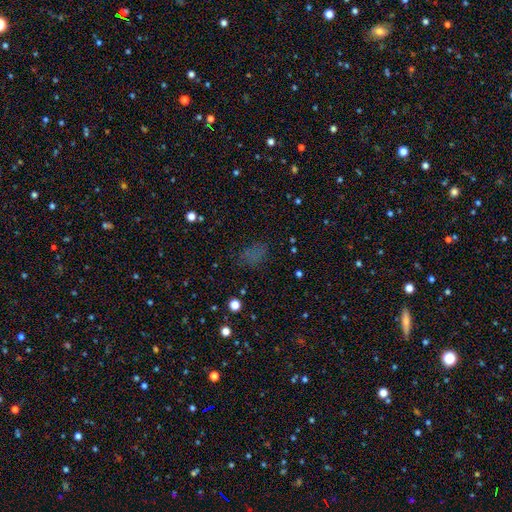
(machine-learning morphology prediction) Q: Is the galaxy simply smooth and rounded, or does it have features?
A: smooth — 54%.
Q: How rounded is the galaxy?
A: in between — 75%.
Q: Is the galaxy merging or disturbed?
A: none — 72%.